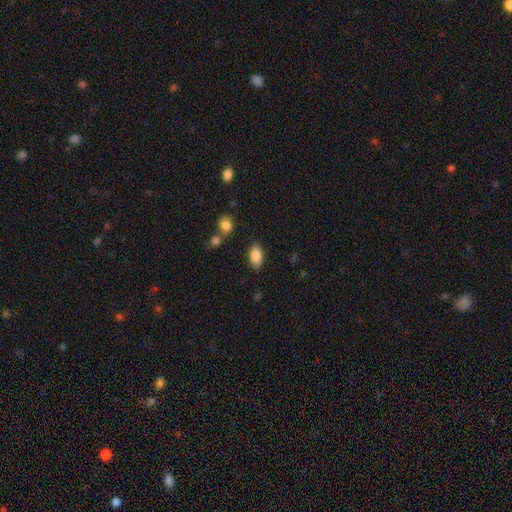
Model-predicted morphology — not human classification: smooth_or_featured: smooth (p=0.86) [alt: star or artifact p=0.07]
how_rounded: in between (p=0.91) [alt: cigar-shaped p=0.04]
merging: none (p=0.83) [alt: minor disturbance p=0.12]